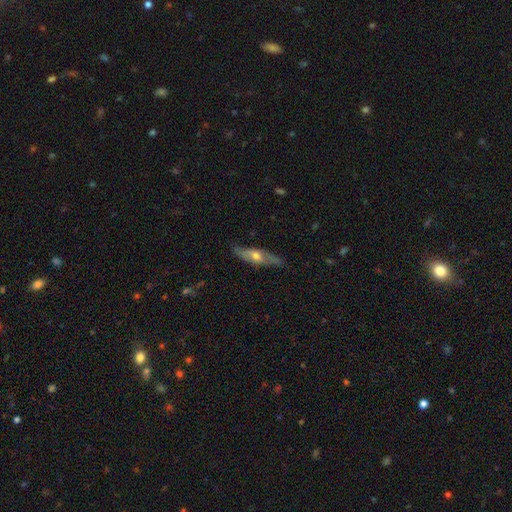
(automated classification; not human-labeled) smooth_or_featured: featured or disk (p=0.61) [alt: smooth p=0.32]
disk_edge_on: yes (p=0.64) [alt: no p=0.36]
merging: none (p=0.79) [alt: minor disturbance p=0.16]